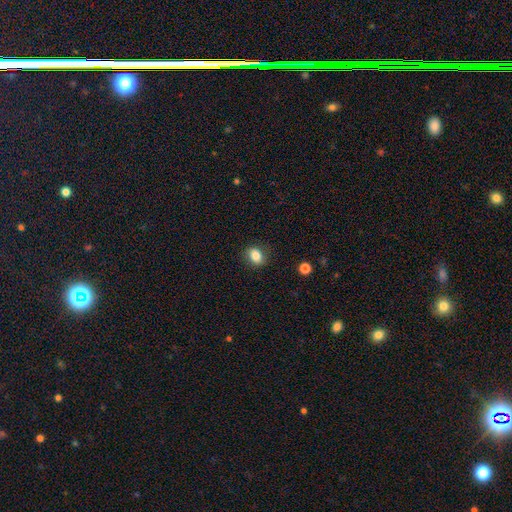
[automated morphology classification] Overall: smooth (83%). How rounded: in between (58%; round 41%). Merging: none (84%).